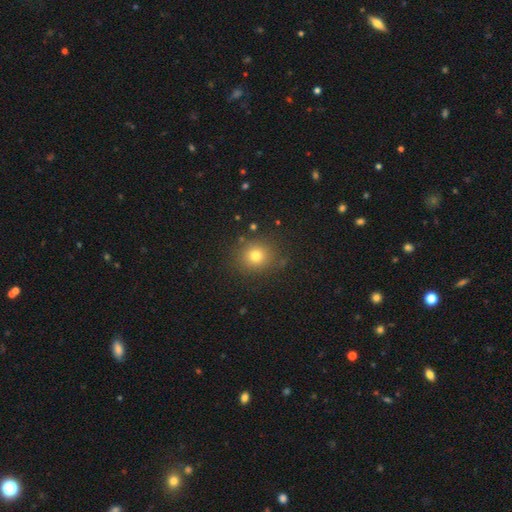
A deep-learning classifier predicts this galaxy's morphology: Smooth or featured: smooth — 77% (star or artifact — 15%)
How rounded: round — 83% (in between — 16%)
Merging: none — 85% (minor disturbance — 9%)